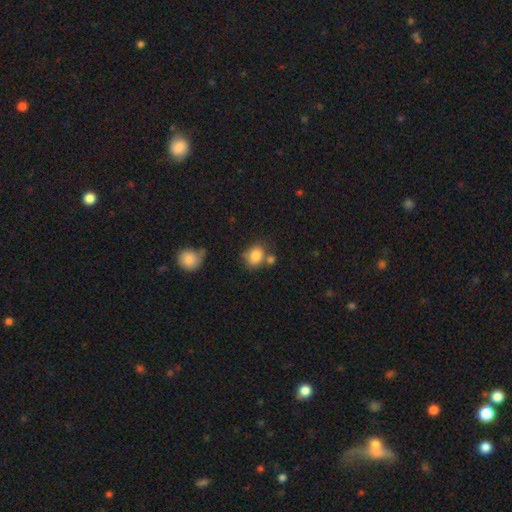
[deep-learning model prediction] Overall: smooth (83%). How rounded: in between (58%; round 40%). Merging: none (59%).